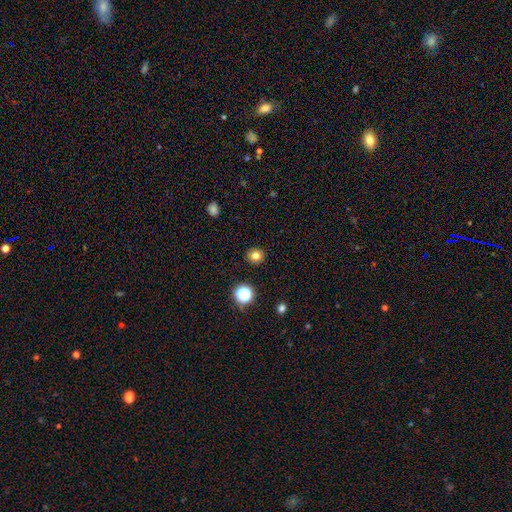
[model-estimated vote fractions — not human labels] The model was most divided on "smooth or featured": smooth: 78%, star or artifact: 15%, featured or disk: 7%. More confident: merging — none (91%); how rounded — round (88%).